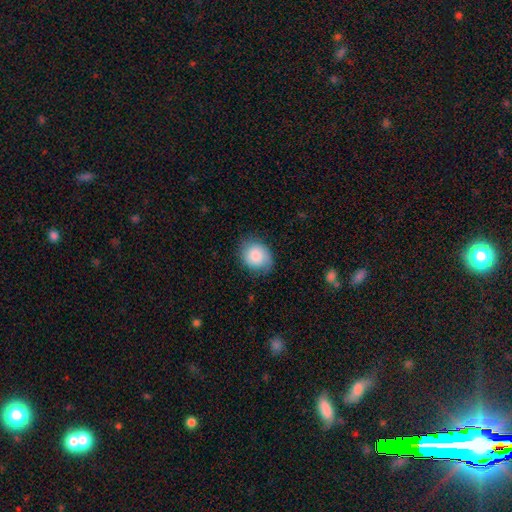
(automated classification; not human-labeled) Q: Smooth or featured?
A: smooth (82%); runner-up: featured or disk (11%)
Q: How rounded?
A: round (65%); runner-up: in between (35%)
Q: Merging?
A: none (75%); runner-up: minor disturbance (19%)